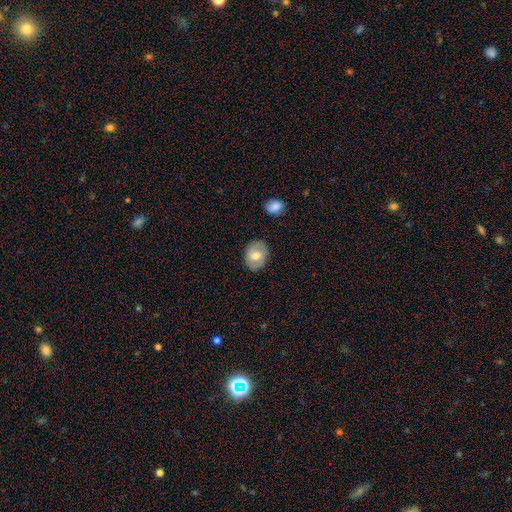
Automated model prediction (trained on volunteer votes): The model was most divided on "how rounded": in between: 53%, round: 46%, cigar-shaped: 1%. More confident: merging — none (83%); smooth or featured — smooth (64%).